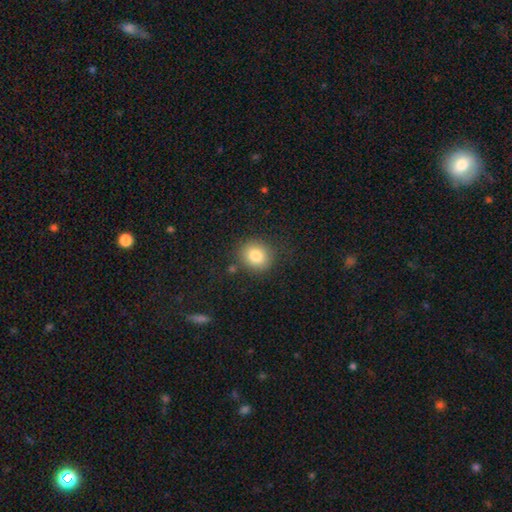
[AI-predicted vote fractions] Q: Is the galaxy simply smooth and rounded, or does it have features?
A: smooth — 83%.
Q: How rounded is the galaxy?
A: round — 73%.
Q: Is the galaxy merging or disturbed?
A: none — 84%.